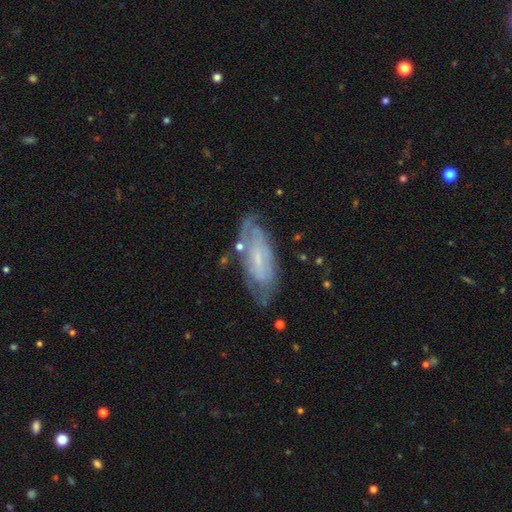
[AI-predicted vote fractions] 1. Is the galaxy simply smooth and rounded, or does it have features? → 58% featured or disk, 31% smooth, 12% star or artifact.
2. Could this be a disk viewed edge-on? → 82% no, 18% yes.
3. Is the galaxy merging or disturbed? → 71% none, 18% minor disturbance, 7% major disturbance, 4% merger.